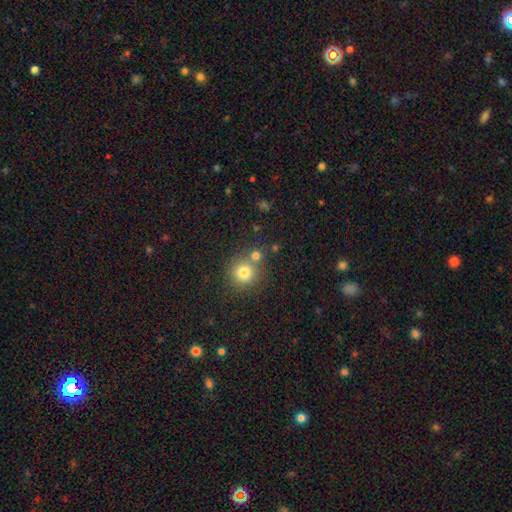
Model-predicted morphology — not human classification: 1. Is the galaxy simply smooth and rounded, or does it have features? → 76% smooth, 15% star or artifact, 9% featured or disk.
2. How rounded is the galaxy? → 90% round, 9% in between, 1% cigar-shaped.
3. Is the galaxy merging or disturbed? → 63% none, 27% merger, 8% minor disturbance, 3% major disturbance.